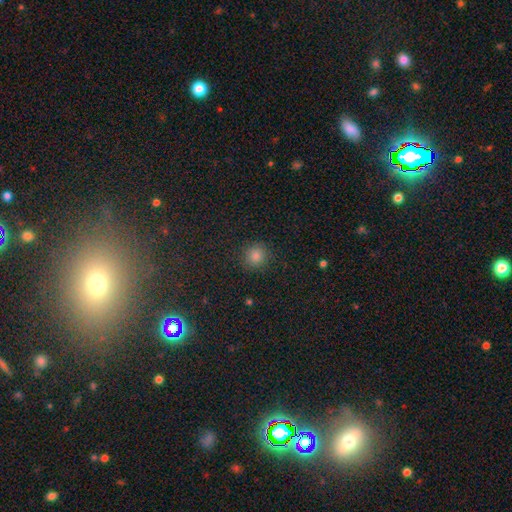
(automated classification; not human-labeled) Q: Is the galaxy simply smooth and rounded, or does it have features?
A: smooth — 80%.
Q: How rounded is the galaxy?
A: round — 93%.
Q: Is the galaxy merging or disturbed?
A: none — 91%.